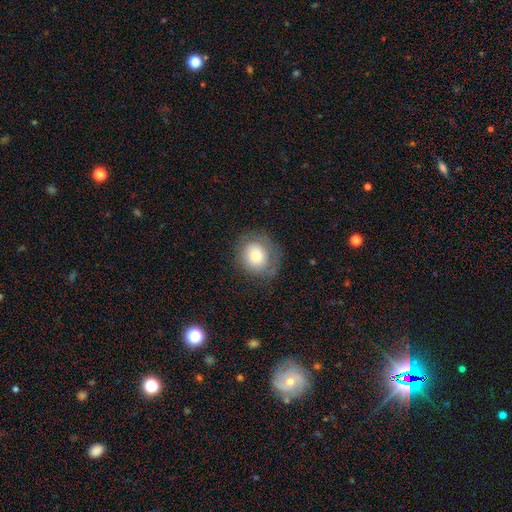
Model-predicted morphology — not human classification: smooth 67%, featured or disk 23%, star or artifact 10%. Down the decision tree: how rounded — round (81%); merging — none (72%).